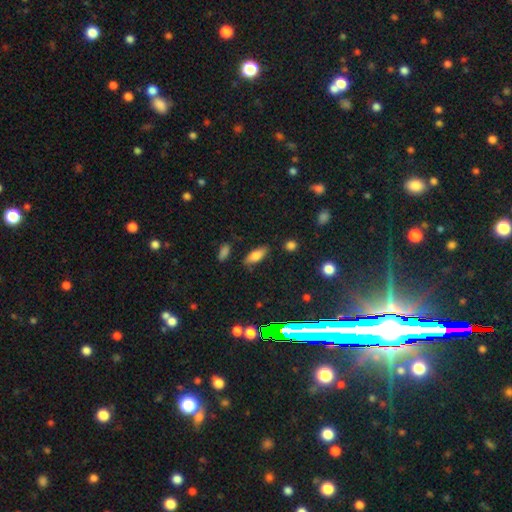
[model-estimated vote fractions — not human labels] Smooth or featured? smooth (77%)
How rounded? in between (77%)
Merging? none (78%)